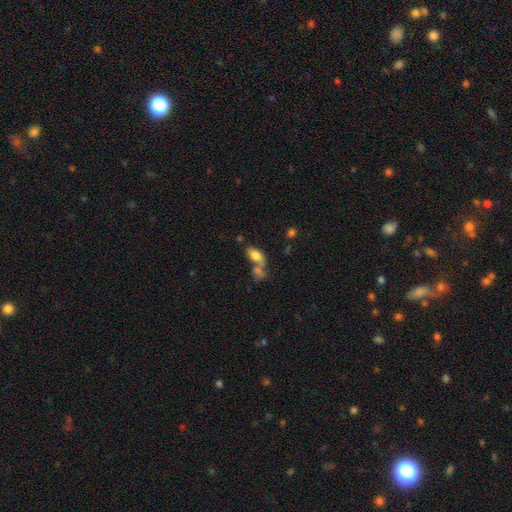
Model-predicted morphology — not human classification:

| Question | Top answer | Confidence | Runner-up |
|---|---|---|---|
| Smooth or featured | smooth | 77% | featured or disk (14%) |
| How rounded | in between | 89% | round (6%) |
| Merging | merger | 51% | none (32%) |